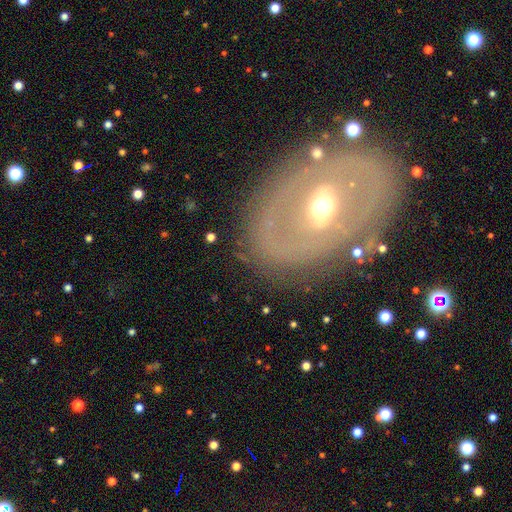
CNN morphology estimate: Smooth or featured: featured or disk — 68% (smooth — 23%)
Edge-on disk: no — 92% (yes — 8%)
Bar: no — 46% (weak — 33%)
Spiral arms: no — 63% (yes — 37%)
Bulge size: moderate — 71% (small — 17%)
Merging: none — 79% (minor disturbance — 12%)